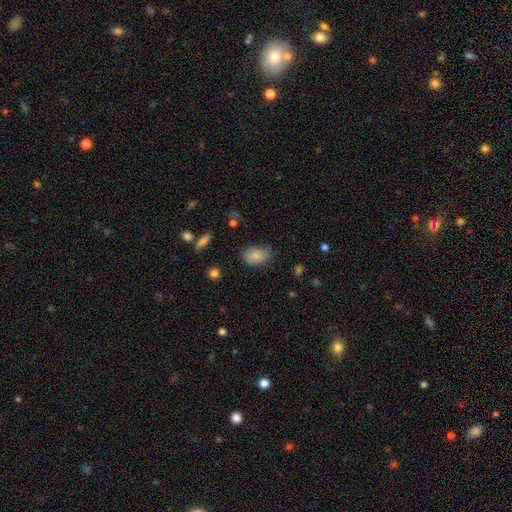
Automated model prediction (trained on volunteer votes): Smooth or featured? Predicted: smooth (p=0.84). How rounded? Predicted: in between (p=0.82). Merging? Predicted: none (p=0.67).